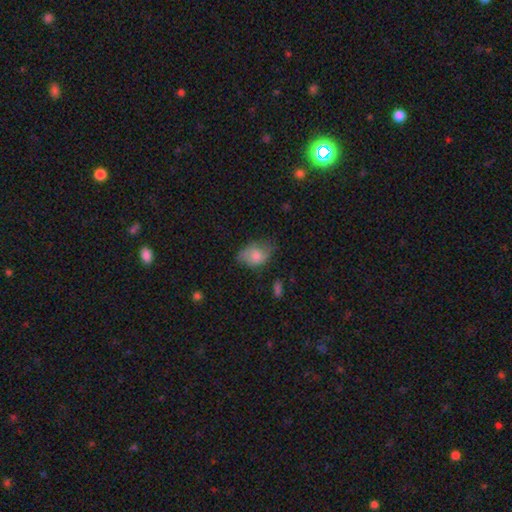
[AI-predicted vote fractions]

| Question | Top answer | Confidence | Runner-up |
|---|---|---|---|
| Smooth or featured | smooth | 69% | featured or disk (23%) |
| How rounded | in between | 79% | round (20%) |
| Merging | none | 46% | minor disturbance (36%) |